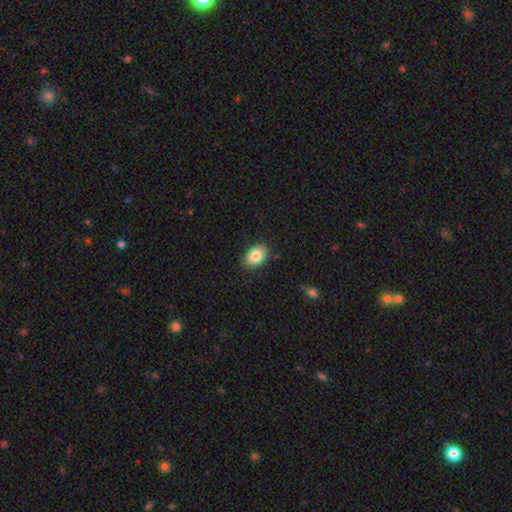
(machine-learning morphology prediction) Smooth or featured? Predicted: smooth (p=0.85). How rounded? Predicted: in between (p=0.83). Merging? Predicted: none (p=0.87).